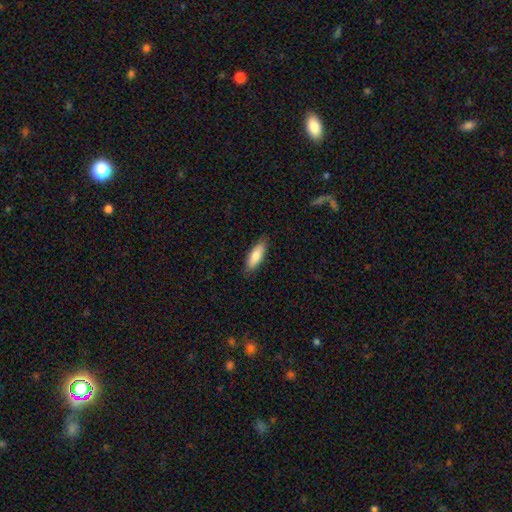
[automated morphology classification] The model was most divided on "how rounded": in between: 54%, cigar-shaped: 44%, round: 2%. More confident: merging — none (87%); smooth or featured — smooth (79%).